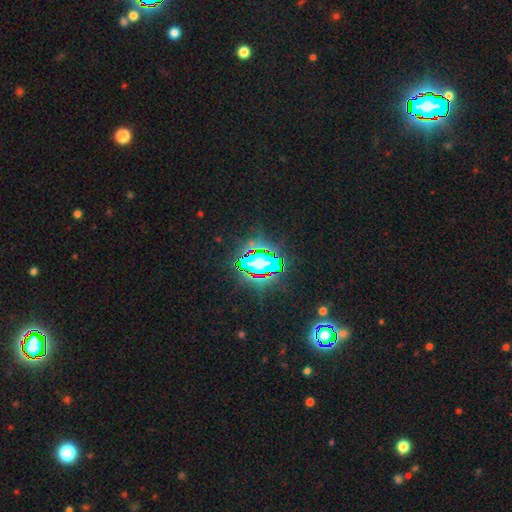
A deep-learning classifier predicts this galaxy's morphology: A star or artifact, not a galaxy (83%).

Vote fractions:
- Smooth or featured? star or artifact: 83% / smooth: 10% / featured or disk: 7%